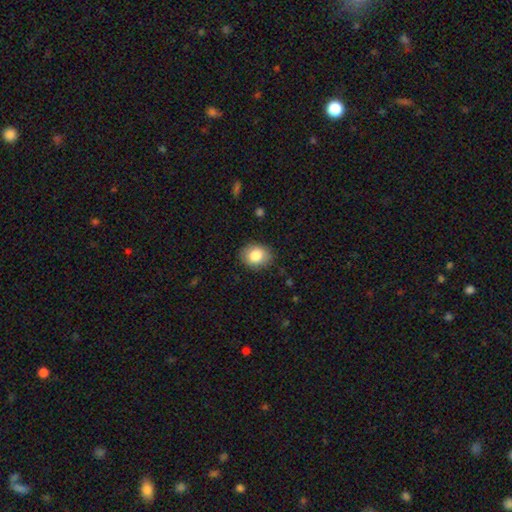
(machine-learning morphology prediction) This appears to be a smooth galaxy with no disk features (84%) that is in between round and cigar-shaped (50%). Merging: none (85%).